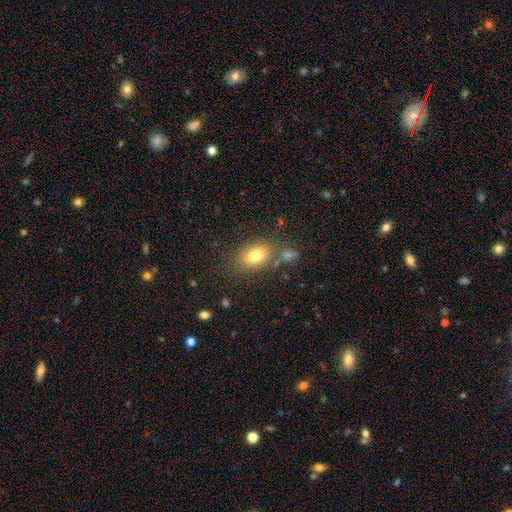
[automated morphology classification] This appears to be a smooth galaxy with no disk features (78%) that is in between round and cigar-shaped (79%). Merging: none (73%).